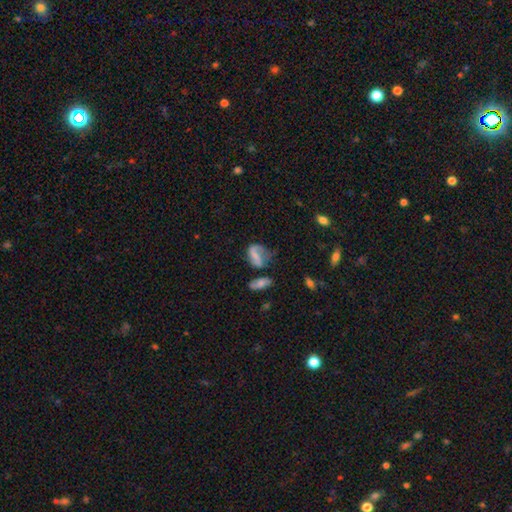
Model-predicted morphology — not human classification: type=smooth (46%); merging=none (39%).